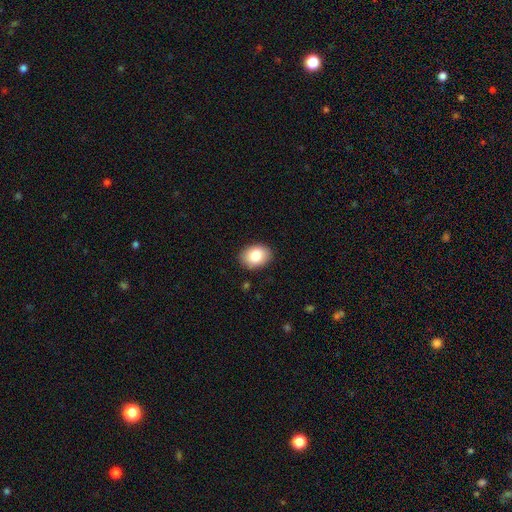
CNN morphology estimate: This is clearly a smooth galaxy (84%). How rounded: likely in between (75%). Merging: clearly none (87%).